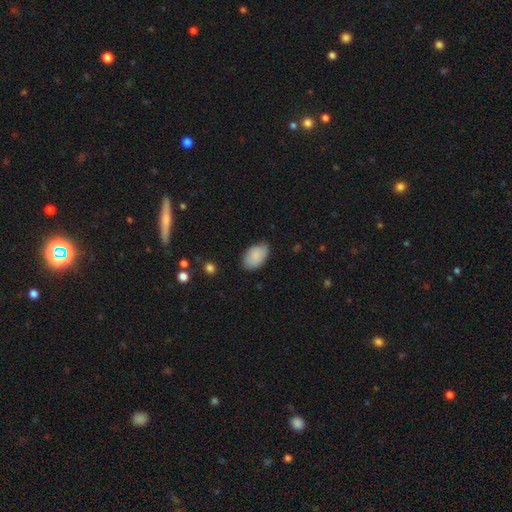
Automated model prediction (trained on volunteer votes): Q: Smooth or featured?
A: smooth (87%); runner-up: featured or disk (7%)
Q: How rounded?
A: in between (92%); runner-up: round (7%)
Q: Merging?
A: none (77%); runner-up: minor disturbance (18%)